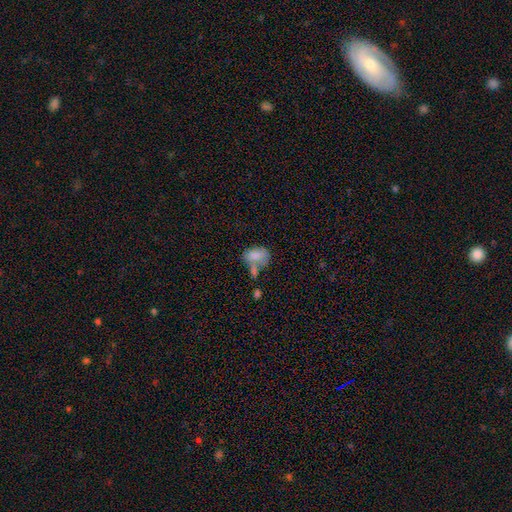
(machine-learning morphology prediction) This is likely a smooth galaxy (76%). How rounded: clearly in between (84%). Merging: marginally merger (35%).